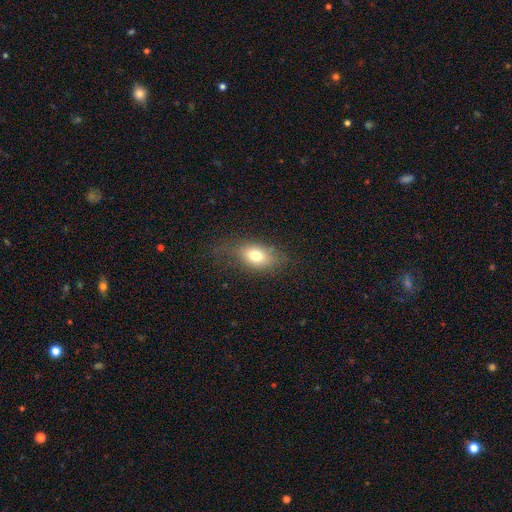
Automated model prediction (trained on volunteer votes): Morphology: type=smooth (74%); roundness=in between (82%); merging=none (63%).